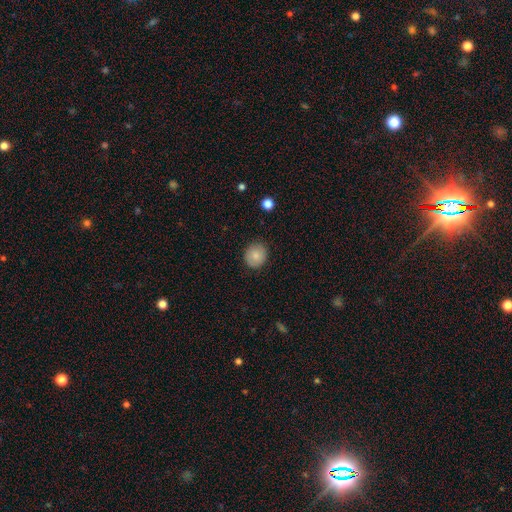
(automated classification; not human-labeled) A smooth galaxy with no disk features (82%) that is round (78%).

Vote fractions:
- Smooth or featured? smooth: 82% / featured or disk: 9% / star or artifact: 8%
- How rounded? round: 78% / in between: 21% / cigar-shaped: 1%
- Merging? none: 84% / minor disturbance: 12% / major disturbance: 3% / merger: 1%